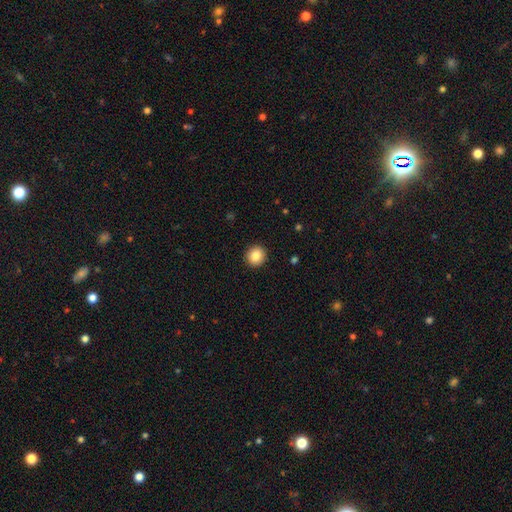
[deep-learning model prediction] This is clearly a smooth galaxy (86%). How rounded: clearly round (92%). Merging: clearly none (93%).